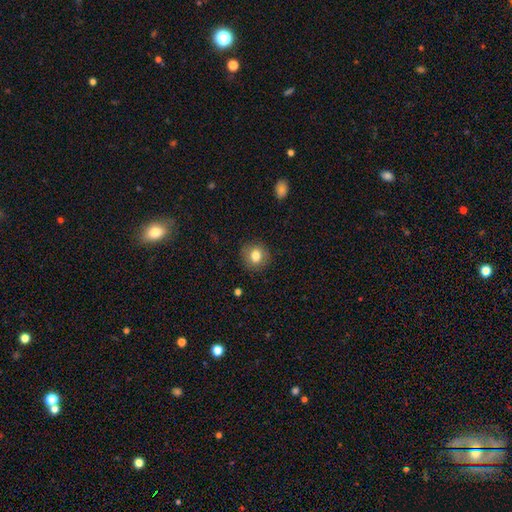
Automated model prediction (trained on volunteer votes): This appears to be a smooth galaxy with no disk features (80%) that is round (81%). Merging: none (88%).